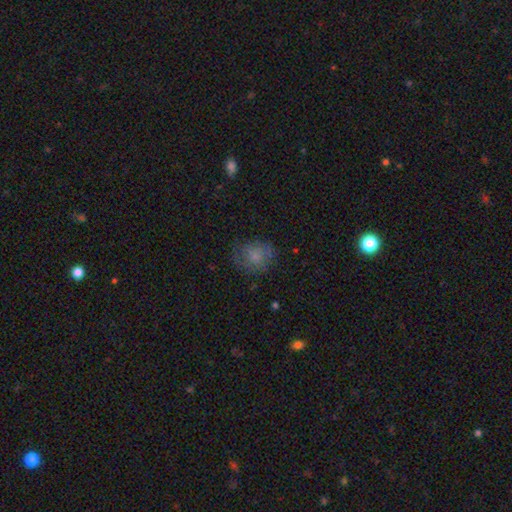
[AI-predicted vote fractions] Smooth or featured: smooth — 68% (featured or disk — 21%)
How rounded: round — 72% (in between — 27%)
Merging: none — 63% (minor disturbance — 23%)